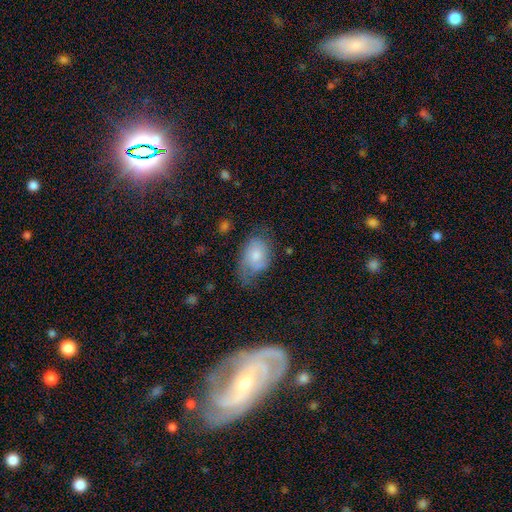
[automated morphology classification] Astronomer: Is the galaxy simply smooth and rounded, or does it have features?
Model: smooth — 57% (runner-up: featured or disk, 35%).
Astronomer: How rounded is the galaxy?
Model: in between — 84%.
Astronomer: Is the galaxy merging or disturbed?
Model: none — 42% (runner-up: minor disturbance, 33%).